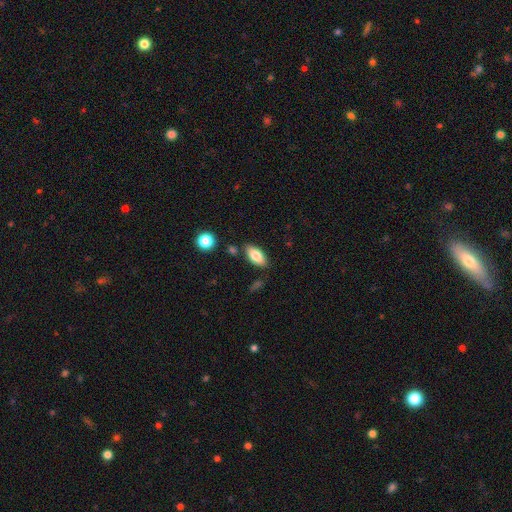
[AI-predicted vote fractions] This is clearly a smooth galaxy (82%). How rounded: clearly in between (89%). Merging: clearly none (81%).